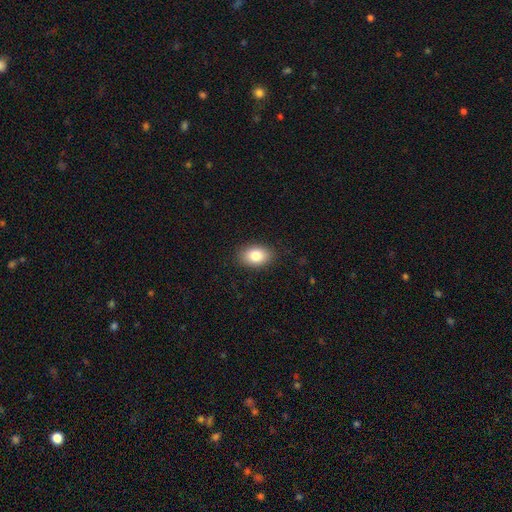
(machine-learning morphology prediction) smooth 83%, featured or disk 9%, star or artifact 8%. Down the decision tree: how rounded — in between (86%); merging — none (88%).